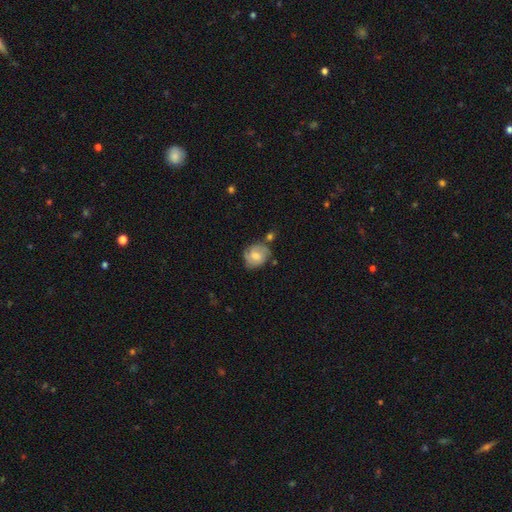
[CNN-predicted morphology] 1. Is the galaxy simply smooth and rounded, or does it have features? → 52% featured or disk, 41% smooth, 7% star or artifact.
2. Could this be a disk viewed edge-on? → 97% no, 3% yes.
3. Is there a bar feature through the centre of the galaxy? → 56% no, 38% weak, 6% strong.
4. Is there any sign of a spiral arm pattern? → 82% yes, 18% no.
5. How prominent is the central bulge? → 54% moderate, 27% small, 10% large, 8% none, 2% dominant.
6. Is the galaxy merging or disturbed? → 62% none, 23% minor disturbance, 8% major disturbance, 7% merger.